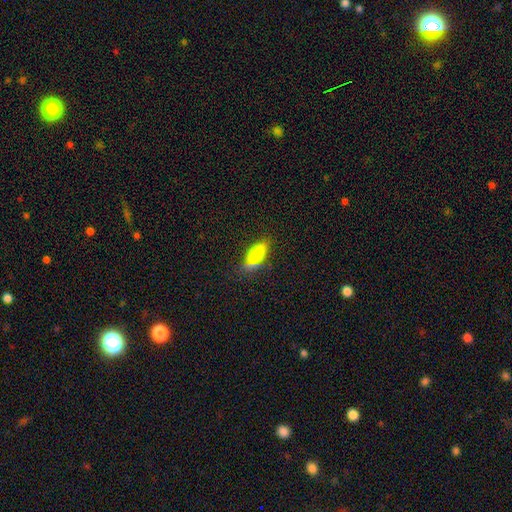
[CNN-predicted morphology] Overall: smooth (73%). How rounded: in between (77%). Merging: none (72%).